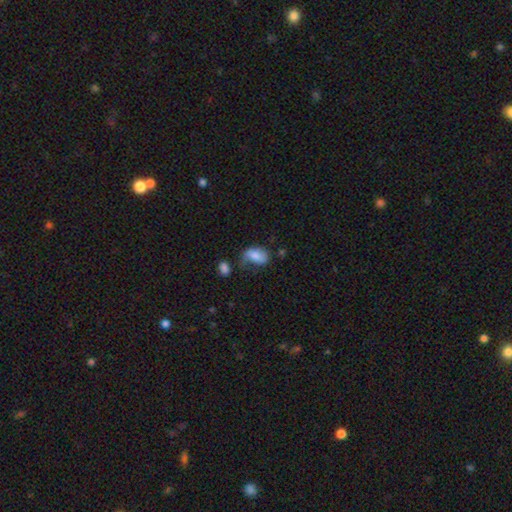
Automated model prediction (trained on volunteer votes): smooth-or-featured: smooth: 73% | featured or disk: 19% | star or artifact: 8%
  how-rounded: in between: 88% | round: 10% | cigar-shaped: 2%
  merging: none: 33% | minor disturbance: 31% | major disturbance: 27% | merger: 9%